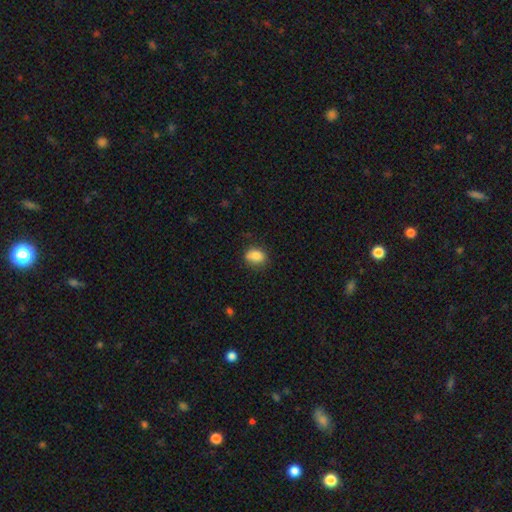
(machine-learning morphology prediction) A smooth galaxy with no disk features (83%) that is in between round and cigar-shaped (63%). Merging: none (72%).